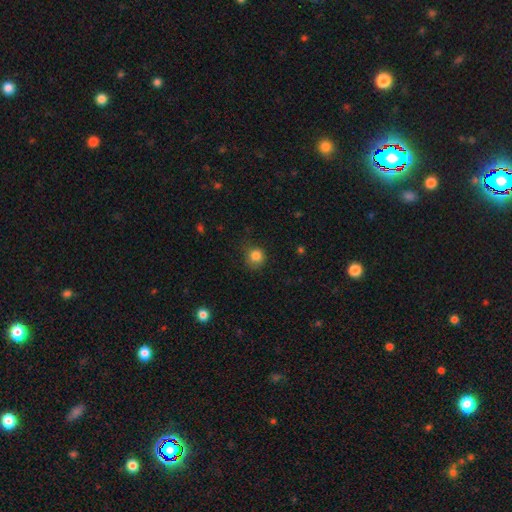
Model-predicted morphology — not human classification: Smooth or featured? Predicted: smooth (p=0.84). How rounded? Predicted: round (p=0.87). Merging? Predicted: none (p=0.68).